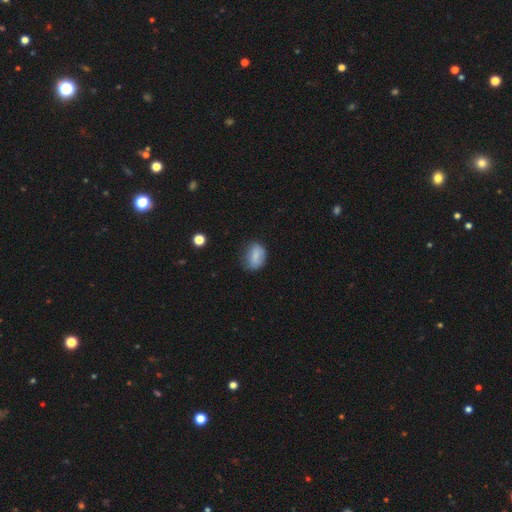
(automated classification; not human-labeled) smooth 82%, featured or disk 9%, star or artifact 9%. Down the decision tree: how rounded — in between (77%); merging — none (65%).